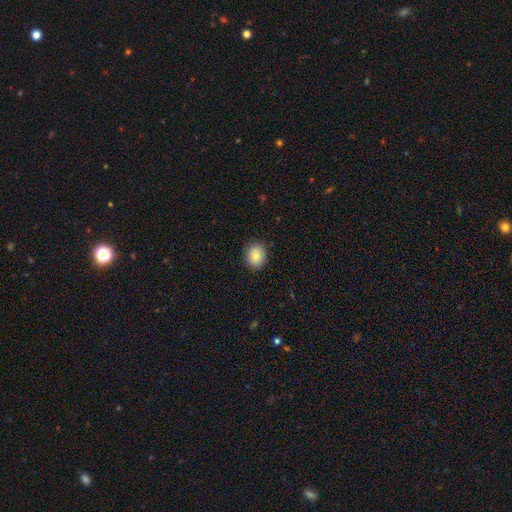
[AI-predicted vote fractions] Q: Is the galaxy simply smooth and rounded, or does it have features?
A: smooth — 84%.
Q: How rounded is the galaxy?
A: round — 64%.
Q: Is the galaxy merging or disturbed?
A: none — 88%.